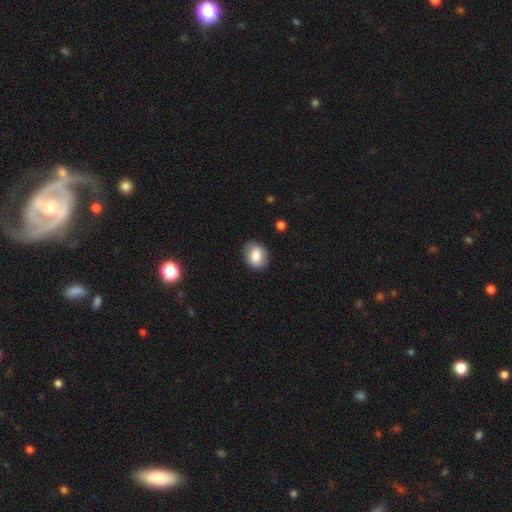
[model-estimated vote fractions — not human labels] smooth_or_featured: smooth (p=0.78) [alt: featured or disk p=0.15]
how_rounded: in between (p=0.62) [alt: round p=0.37]
merging: none (p=0.85) [alt: minor disturbance p=0.11]